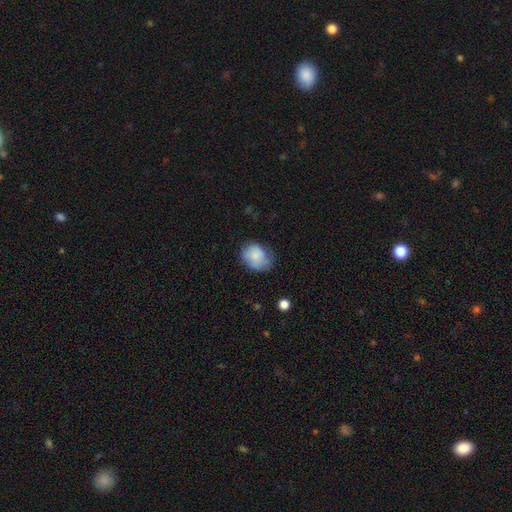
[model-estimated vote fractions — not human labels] smooth 77%, featured or disk 15%, star or artifact 8%. Down the decision tree: how rounded — in between (53%); merging — none (52%).